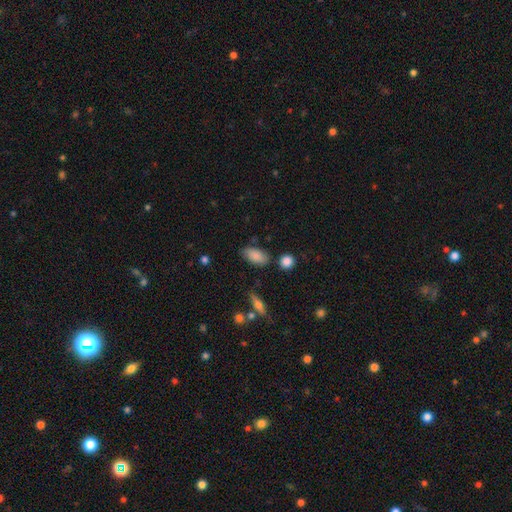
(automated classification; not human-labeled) The model was most divided on "merging": none: 76%, minor disturbance: 16%, merger: 5%, major disturbance: 4%. More confident: how rounded — in between (91%); smooth or featured — smooth (85%).